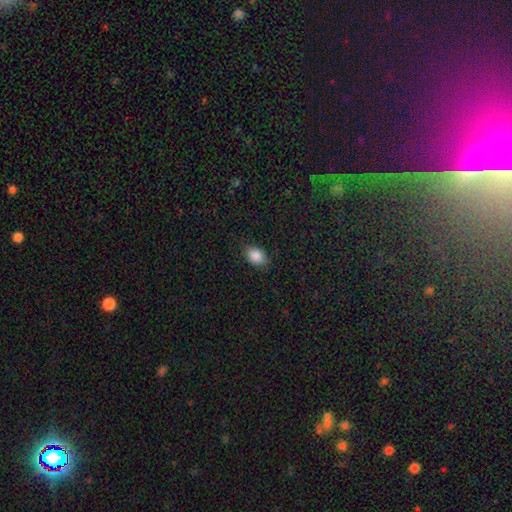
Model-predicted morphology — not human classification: Overall: smooth (87%). How rounded: in between (76%). Merging: none (82%).